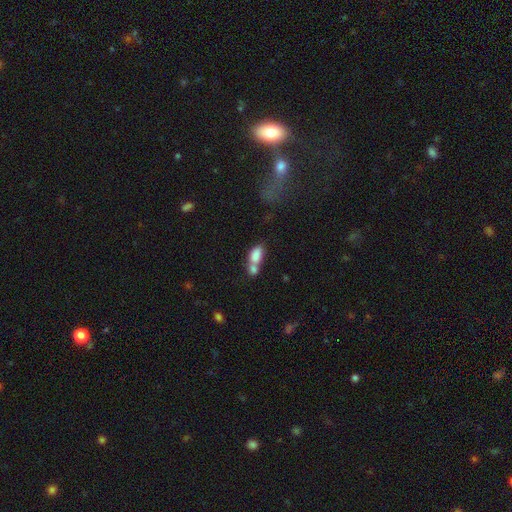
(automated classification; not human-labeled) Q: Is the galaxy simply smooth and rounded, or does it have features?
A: smooth — 80%.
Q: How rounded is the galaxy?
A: in between — 86%.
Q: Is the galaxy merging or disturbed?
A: merger — 61%.